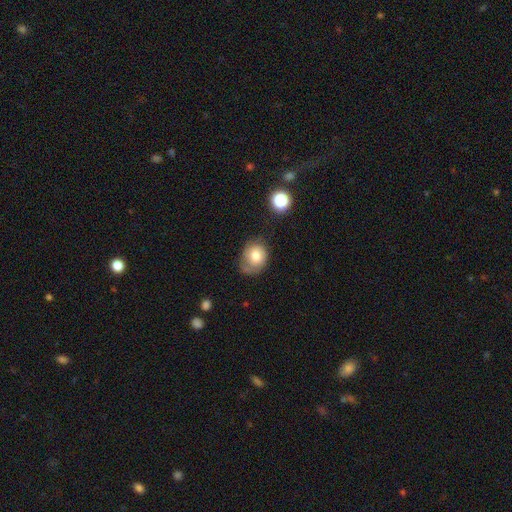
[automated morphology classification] Smooth or featured?
  - smooth: 72% *
  - featured or disk: 19%
  - star or artifact: 9%
How rounded?
  - round: 60% *
  - in between: 39%
  - cigar-shaped: 1%
Merging?
  - none: 50% *
  - minor disturbance: 32%
  - major disturbance: 13%
  - merger: 5%